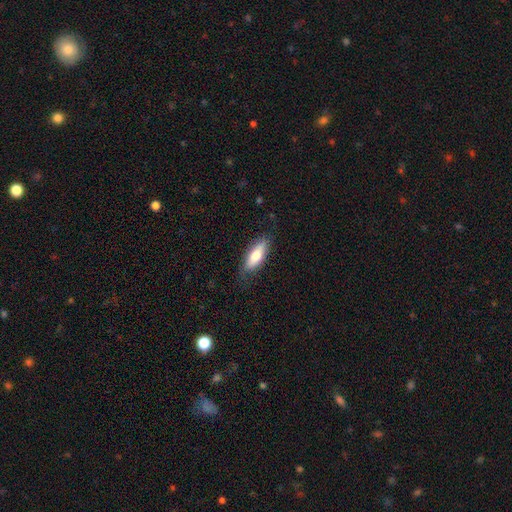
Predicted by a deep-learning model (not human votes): smooth 69%, featured or disk 25%, star or artifact 6%. Down the decision tree: how rounded — in between (61%); merging — none (78%).